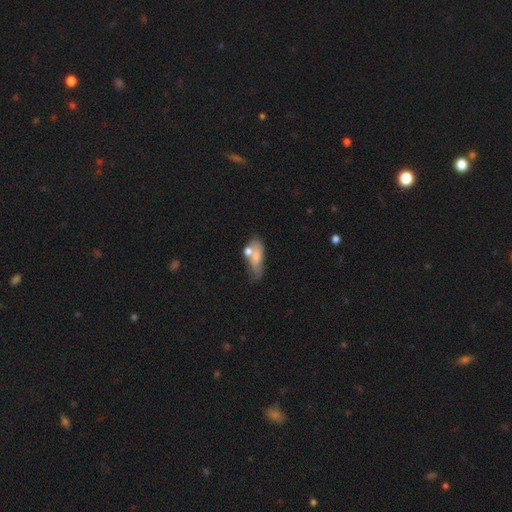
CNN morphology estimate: Smooth or featured? Predicted: smooth (p=0.63). How rounded? Predicted: in between (p=0.77). Merging? Predicted: none (p=0.33).